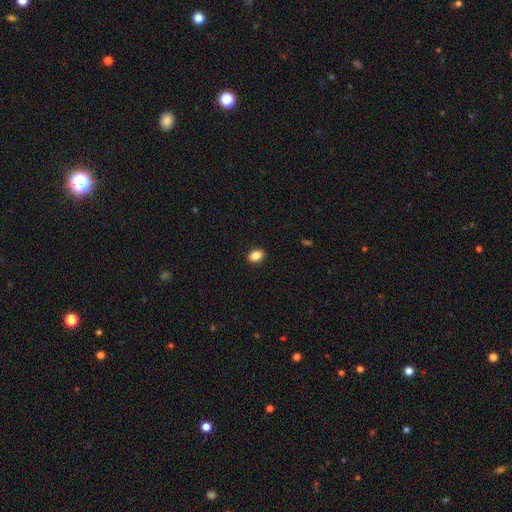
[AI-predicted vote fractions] Smooth or featured?
  - smooth: 87% *
  - star or artifact: 9%
  - featured or disk: 5%
How rounded?
  - in between: 77% *
  - round: 21%
  - cigar-shaped: 1%
Merging?
  - none: 91% *
  - minor disturbance: 6%
  - major disturbance: 2%
  - merger: 1%